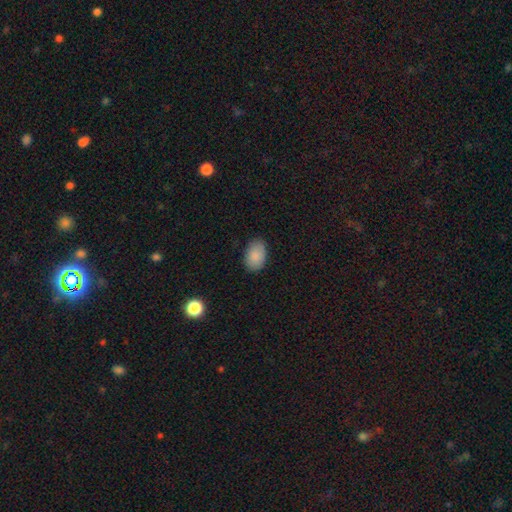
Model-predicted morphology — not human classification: This is clearly a smooth galaxy (88%). How rounded: clearly in between (88%). Merging: clearly none (84%).